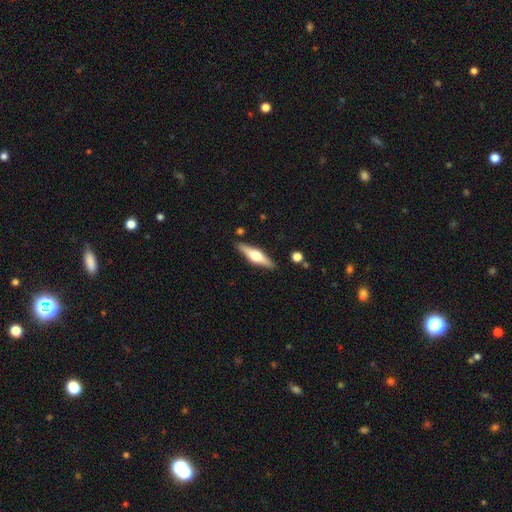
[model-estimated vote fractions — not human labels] Morphology: type=featured or disk (61%); edge-on=yes (95%); edge-on bulge=rounded (94%); merging=none (88%).